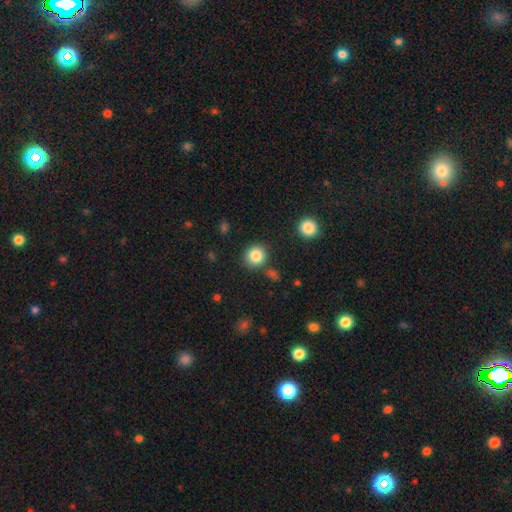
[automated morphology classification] Smooth or featured? smooth (85%)
How rounded? round (89%)
Merging? none (83%)